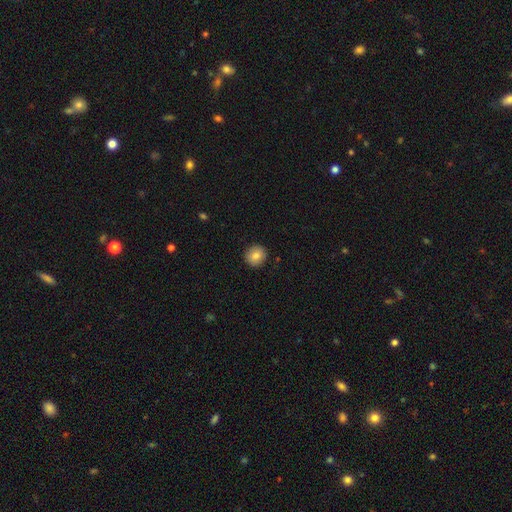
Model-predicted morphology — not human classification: Smooth or featured? smooth (83%)
How rounded? round (90%)
Merging? none (91%)